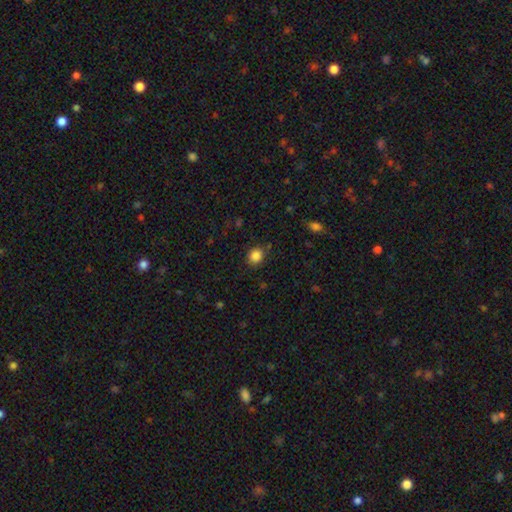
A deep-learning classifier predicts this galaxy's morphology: smooth-or-featured: smooth: 86% | star or artifact: 11% | featured or disk: 4%
  how-rounded: round: 77% | in between: 22% | cigar-shaped: 1%
  merging: none: 82% | minor disturbance: 13% | major disturbance: 3% | merger: 2%